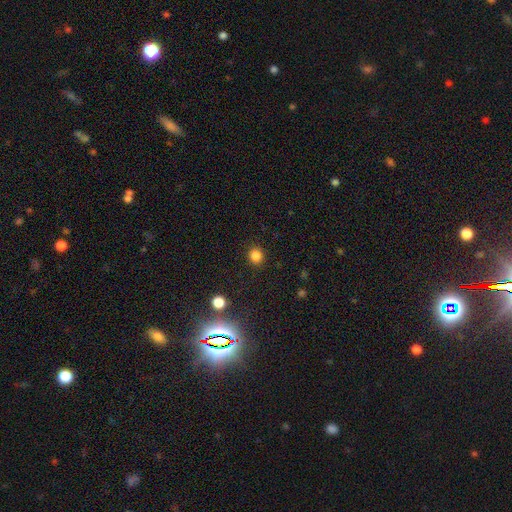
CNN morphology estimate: The model was most divided on "smooth or featured": smooth: 83%, star or artifact: 13%, featured or disk: 4%. More confident: merging — none (90%); how rounded — round (88%).